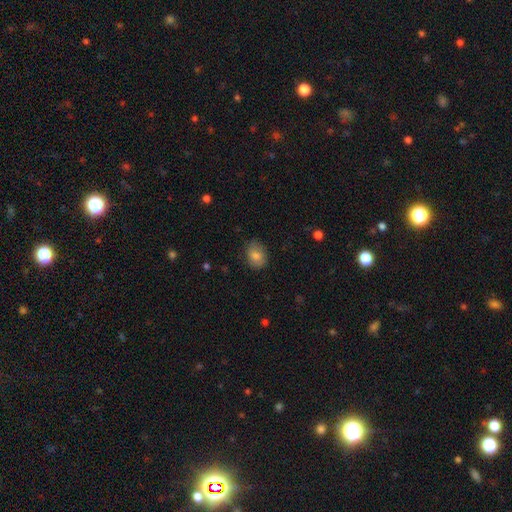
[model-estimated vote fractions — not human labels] Q: Smooth or featured?
A: smooth (81%); runner-up: featured or disk (10%)
Q: How rounded?
A: in between (70%); runner-up: round (29%)
Q: Merging?
A: none (80%); runner-up: minor disturbance (15%)